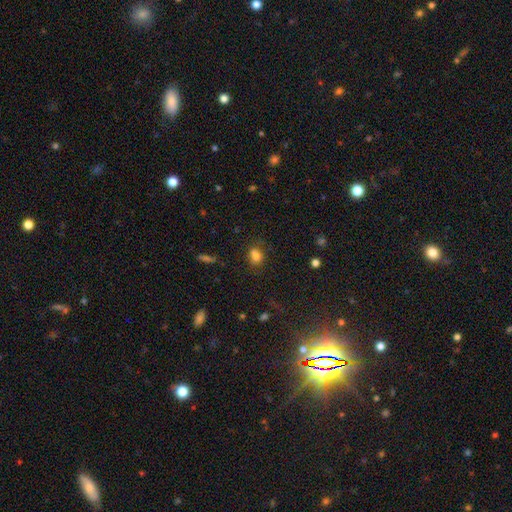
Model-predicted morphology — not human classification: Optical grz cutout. It shows a smooth galaxy with no disk features (77%) that is in between round and cigar-shaped (55%). Merging: none (59%).